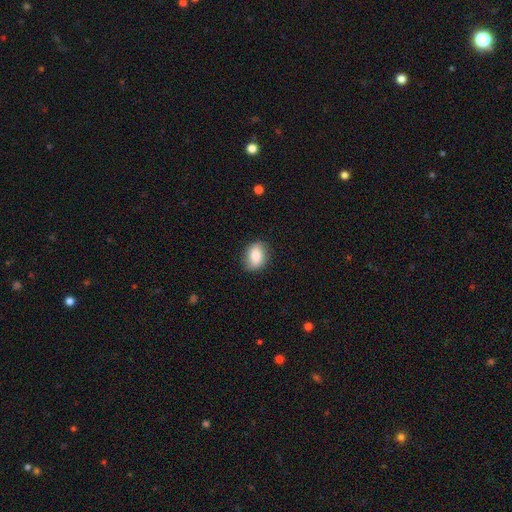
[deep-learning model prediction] smooth_or_featured: smooth (p=0.77) [alt: featured or disk p=0.15]
how_rounded: in between (p=0.62) [alt: round p=0.36]
merging: none (p=0.85) [alt: minor disturbance p=0.11]